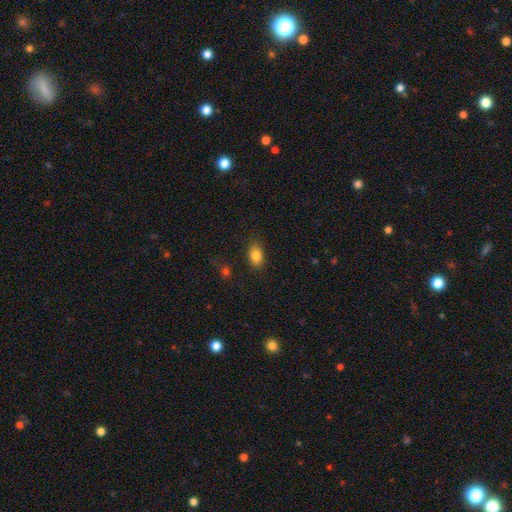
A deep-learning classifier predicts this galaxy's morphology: This appears to be a smooth galaxy with no disk features (83%) that is in between round and cigar-shaped (85%). Merging: none (83%).